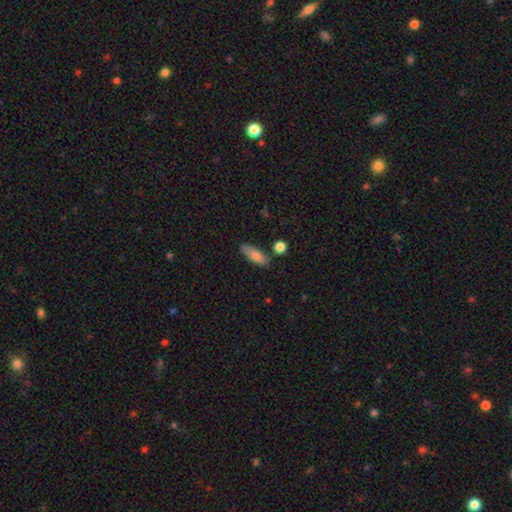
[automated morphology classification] Smooth or featured? Predicted: smooth (p=0.80). How rounded? Predicted: in between (p=0.62). Merging? Predicted: none (p=0.77).